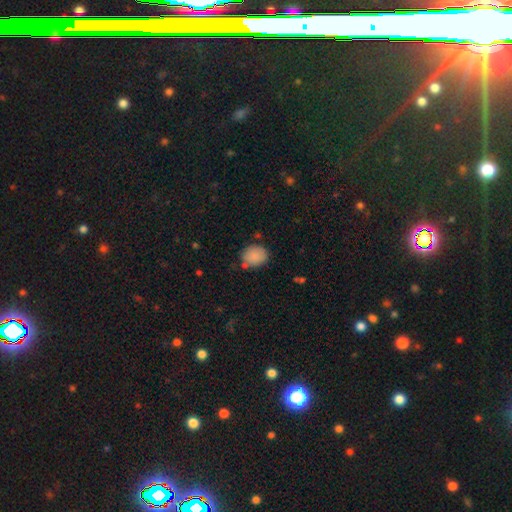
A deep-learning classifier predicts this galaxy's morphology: Q: Smooth or featured?
A: smooth (87%); runner-up: star or artifact (8%)
Q: How rounded?
A: round (52%); runner-up: in between (47%)
Q: Merging?
A: none (72%); runner-up: minor disturbance (18%)